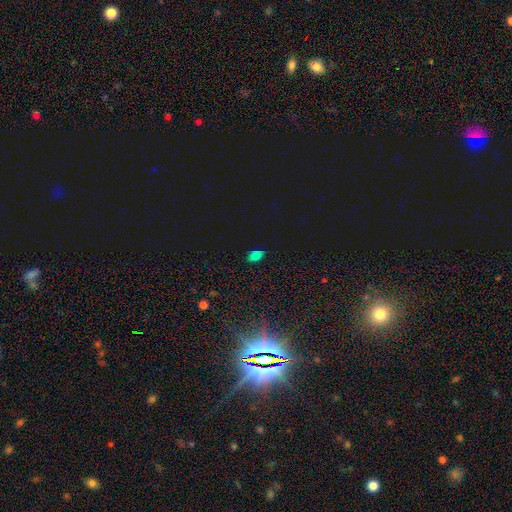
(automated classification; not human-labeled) smooth_or_featured: smooth (p=0.73) [alt: star or artifact p=0.22]
how_rounded: in between (p=0.89) [alt: round p=0.08]
merging: none (p=0.81) [alt: minor disturbance p=0.14]